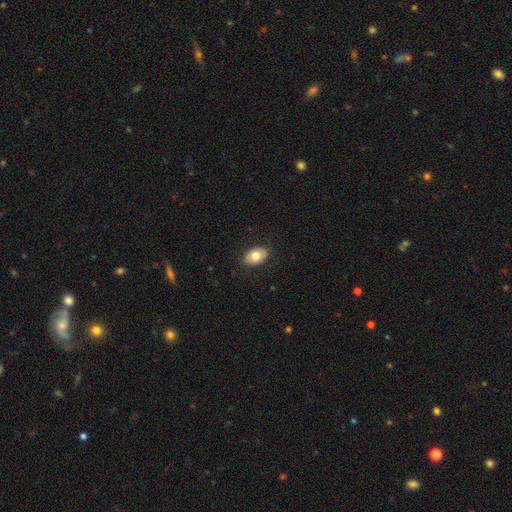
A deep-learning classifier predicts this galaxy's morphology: Smooth or featured? smooth (78%)
How rounded? in between (86%)
Merging? none (86%)